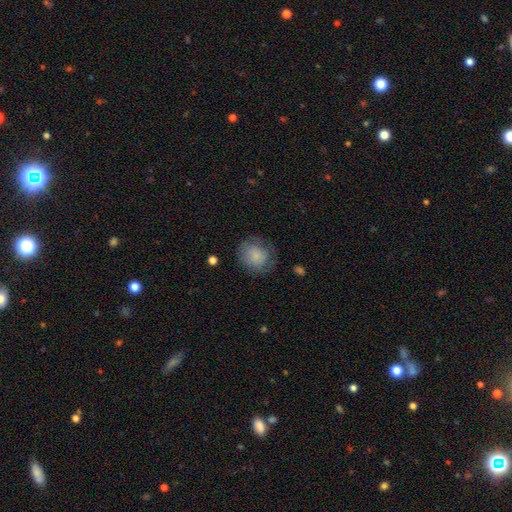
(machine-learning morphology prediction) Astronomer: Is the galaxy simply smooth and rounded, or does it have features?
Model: smooth — 76%.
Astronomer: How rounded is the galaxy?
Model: round — 76%.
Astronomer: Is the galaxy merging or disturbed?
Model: none — 66%.